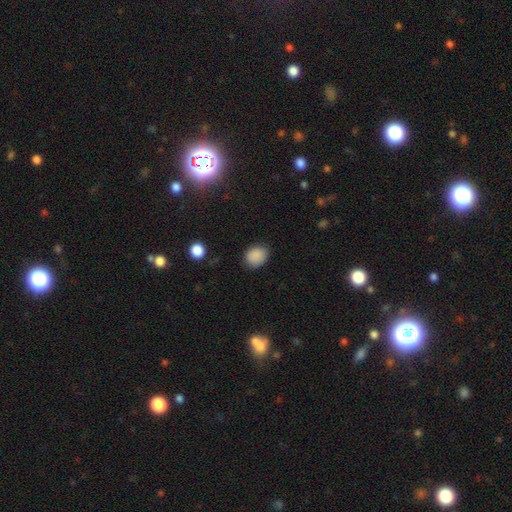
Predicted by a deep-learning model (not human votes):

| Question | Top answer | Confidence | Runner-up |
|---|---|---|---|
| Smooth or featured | smooth | 88% | star or artifact (9%) |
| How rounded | round | 51% | in between (48%) |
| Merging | none | 83% | minor disturbance (13%) |